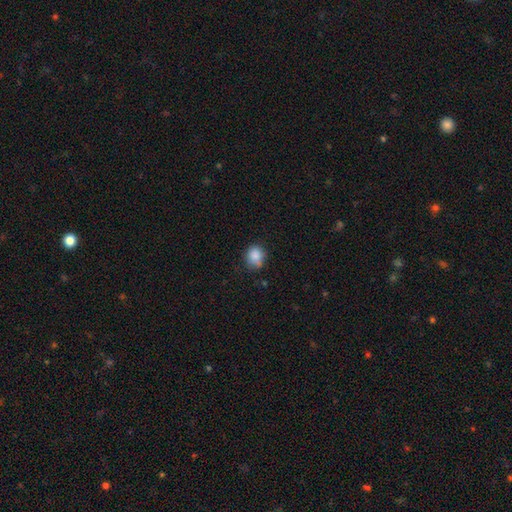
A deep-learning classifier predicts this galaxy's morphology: Overall: smooth (85%). How rounded: round (69%; in between 30%). Merging: none (65%; minor disturbance 26%).